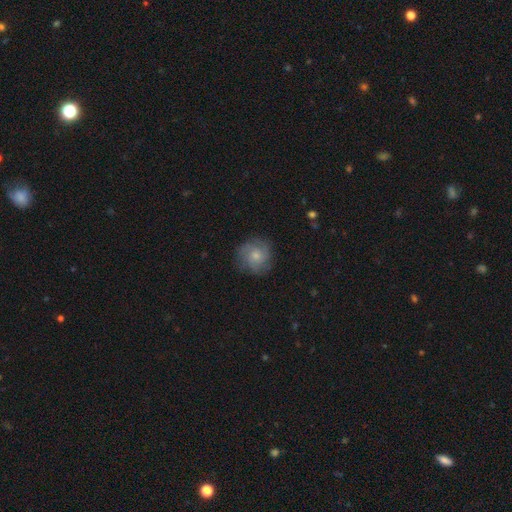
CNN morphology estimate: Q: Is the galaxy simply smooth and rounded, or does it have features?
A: smooth — 48%.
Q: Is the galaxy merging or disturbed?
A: none — 79%.